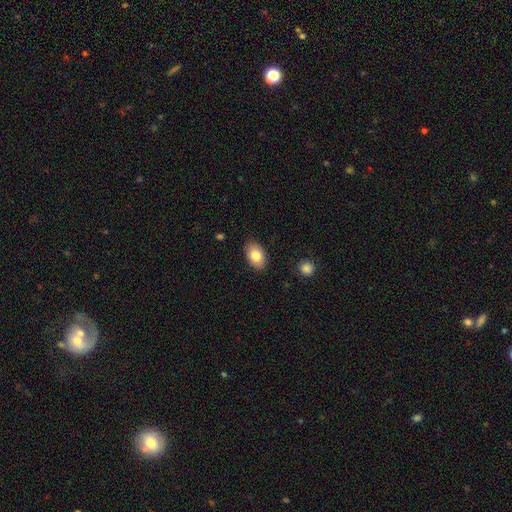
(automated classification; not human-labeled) A smooth galaxy with no disk features (82%) that is in between round and cigar-shaped (90%). Merging: none (87%).